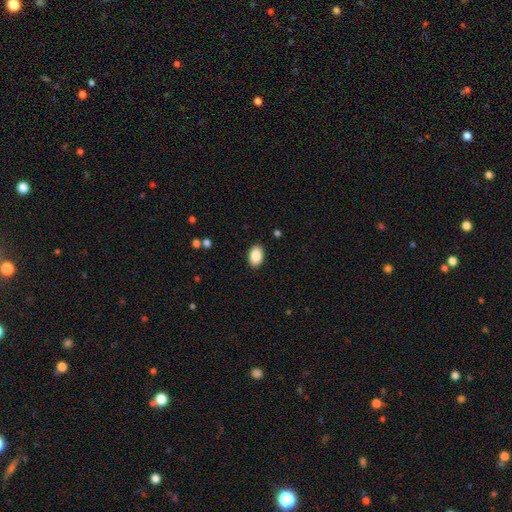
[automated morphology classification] type=smooth (87%); roundness=in between (90%); merging=none (90%).